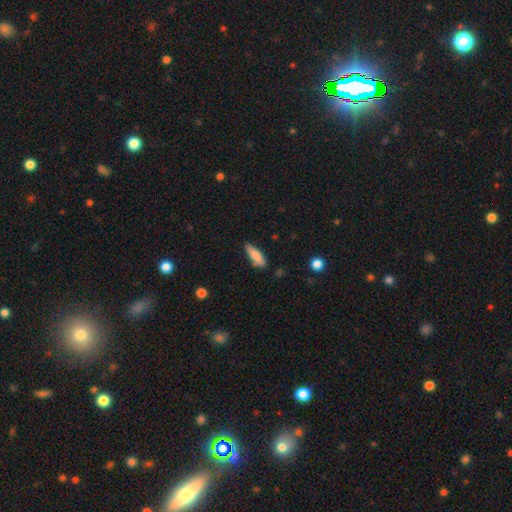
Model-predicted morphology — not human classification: A smooth galaxy with no disk features (79%) that is cigar-shaped (54%). Merging: none (73%).